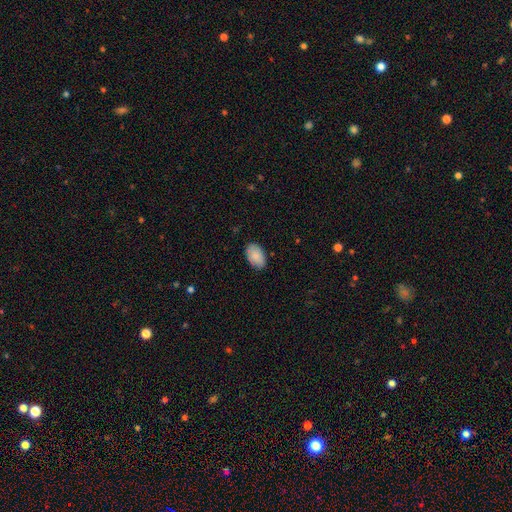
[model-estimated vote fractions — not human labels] The model was most divided on "merging": none: 82%, minor disturbance: 14%, major disturbance: 2%, merger: 1%. More confident: how rounded — in between (93%); smooth or featured — smooth (86%).